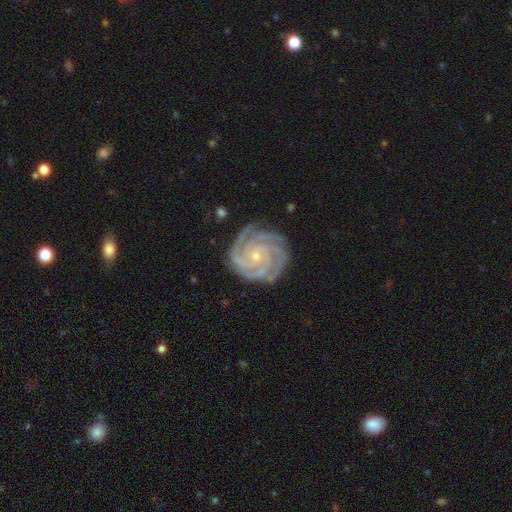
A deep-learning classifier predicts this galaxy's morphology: Smooth or featured?
  - featured or disk: 92% *
  - star or artifact: 5%
  - smooth: 3%
Edge-on disk?
  - no: 98% *
  - yes: 2%
Bar?
  - no: 74% *
  - weak: 18%
  - strong: 8%
Spiral arms?
  - yes: 99% *
  - no: 1%
Spiral winding?
  - tight: 84% *
  - medium: 15%
  - loose: 2%
Spiral arm count?
  - 4: 37% *
  - 3: 33%
  - 2: 9%
  - can't tell: 8%
  - more than 4: 8%
  - 1: 6%
Bulge size?
  - small: 79% *
  - moderate: 18%
  - none: 2%
  - large: 1%
  - dominant: 1%
Merging?
  - none: 80% *
  - minor disturbance: 15%
  - major disturbance: 3%
  - merger: 1%